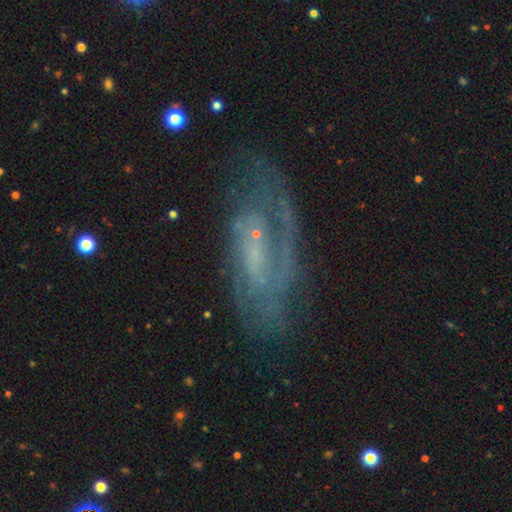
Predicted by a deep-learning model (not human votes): smooth-or-featured: featured or disk: 80% | smooth: 13% | star or artifact: 8%
  disk-edge-on: no: 94% | yes: 6%
    bar: no: 51% | weak: 38% | strong: 11%
    has-spiral-arms: yes: 85% | no: 15%
      spiral-winding: medium: 40% | tight: 37% | loose: 23%
      spiral-arm-count: 1: 42% | 2: 28% | can't tell: 21% | 3: 4% | 4: 2% | more than 4: 2%
    bulge-size: small: 54% | none: 29% | moderate: 13% | large: 2% | dominant: 1%
  merging: none: 54% | major disturbance: 21% | minor disturbance: 21% | merger: 4%